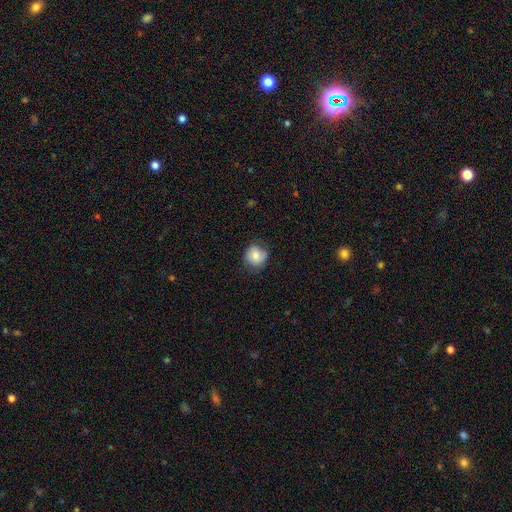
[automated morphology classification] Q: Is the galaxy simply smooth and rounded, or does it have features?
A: smooth — 69%.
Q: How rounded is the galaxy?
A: round — 78%.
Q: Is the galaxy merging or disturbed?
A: none — 68%.